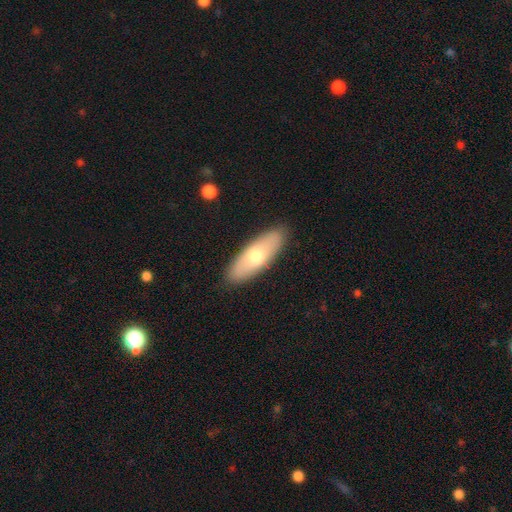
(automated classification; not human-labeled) Smooth or featured: smooth — 64% (featured or disk — 30%)
How rounded: in between — 66% (cigar-shaped — 31%)
Merging: none — 89% (minor disturbance — 8%)